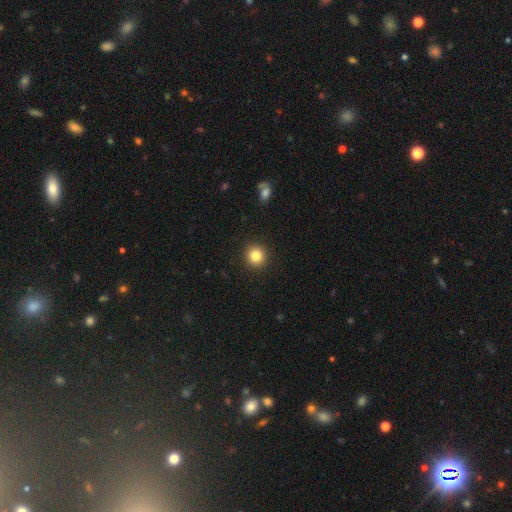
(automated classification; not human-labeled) This appears to be a smooth galaxy with no disk features (84%) that is round (94%). Merging: none (93%).